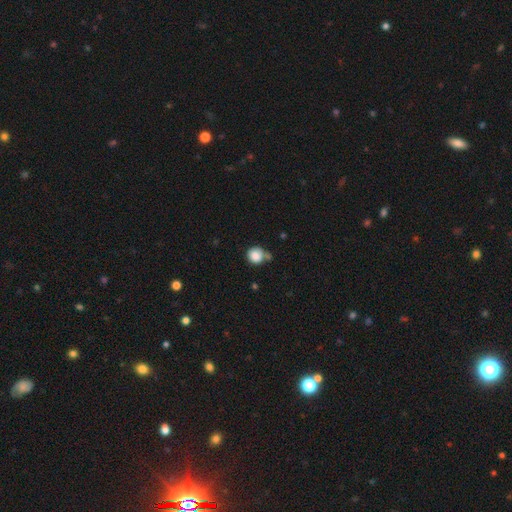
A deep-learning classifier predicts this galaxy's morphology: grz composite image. It shows a smooth galaxy with no disk features (86%) that is round (87%). Merging: none (54%).